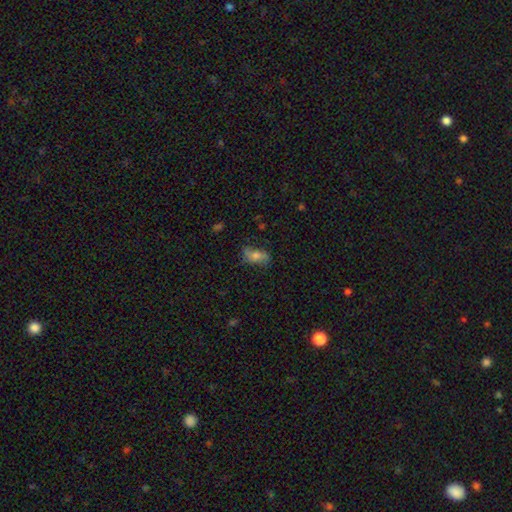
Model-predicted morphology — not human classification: smooth-or-featured: smooth: 58% | featured or disk: 32% | star or artifact: 11%
  how-rounded: in between: 84% | cigar-shaped: 8% | round: 7%
  merging: none: 65% | minor disturbance: 24% | major disturbance: 9% | merger: 2%